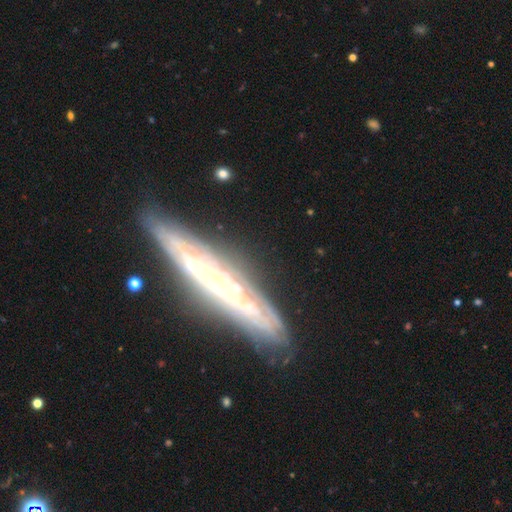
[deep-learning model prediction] The model was most divided on "edge-on bulge": none: 72%, rounded: 18%, boxy: 10%. More confident: edge-on disk — yes (82%); merging — none (79%); smooth or featured — featured or disk (74%).